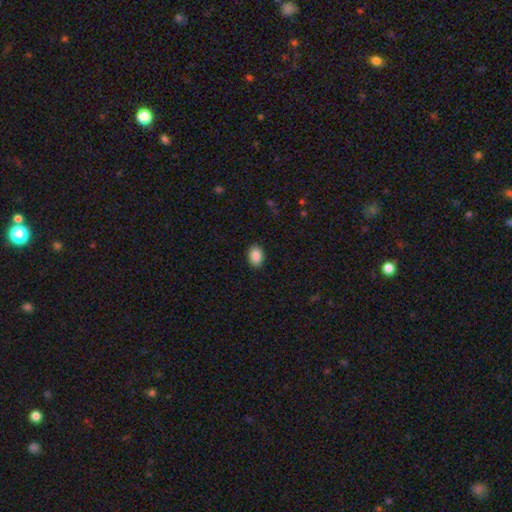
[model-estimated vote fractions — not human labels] smooth 88%, star or artifact 8%, featured or disk 4%. Down the decision tree: how rounded — in between (83%); merging — none (90%).